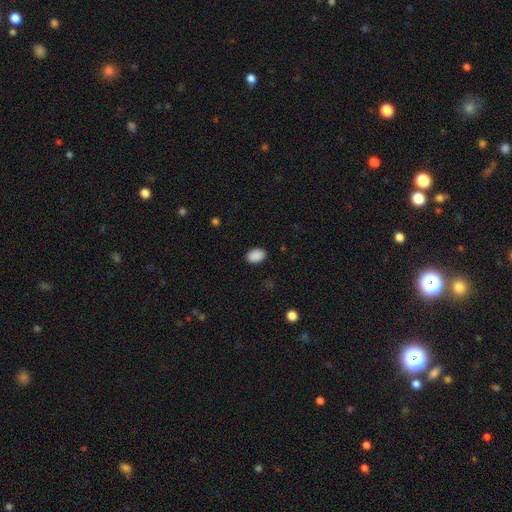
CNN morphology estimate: This is clearly a smooth galaxy (90%). How rounded: clearly in between (85%). Merging: clearly none (89%).